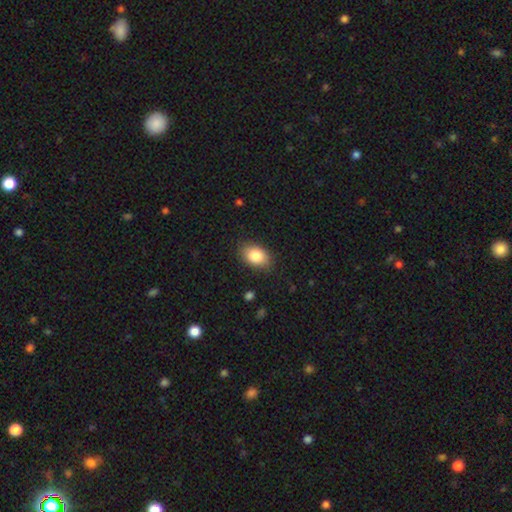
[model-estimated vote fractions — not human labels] A smooth galaxy with no disk features (84%) that is in between round and cigar-shaped (86%). Merging: none (85%).